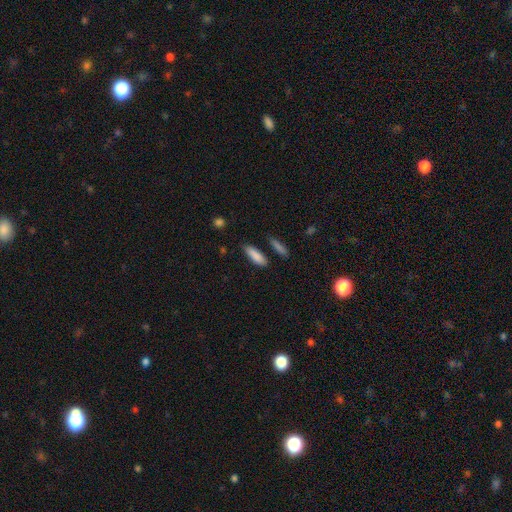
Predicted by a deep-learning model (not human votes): This is clearly a smooth galaxy (86%). How rounded: possibly cigar-shaped (55%). Merging: clearly none (80%).